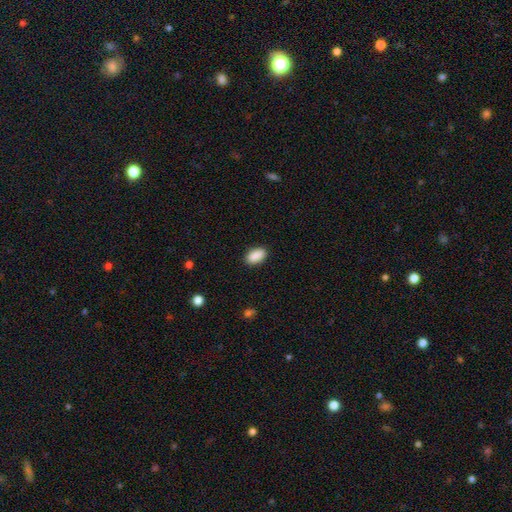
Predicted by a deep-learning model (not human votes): Smooth or featured?
  - smooth: 90% *
  - star or artifact: 7%
  - featured or disk: 3%
How rounded?
  - in between: 93% *
  - round: 5%
  - cigar-shaped: 3%
Merging?
  - none: 88% *
  - minor disturbance: 9%
  - major disturbance: 2%
  - merger: 1%